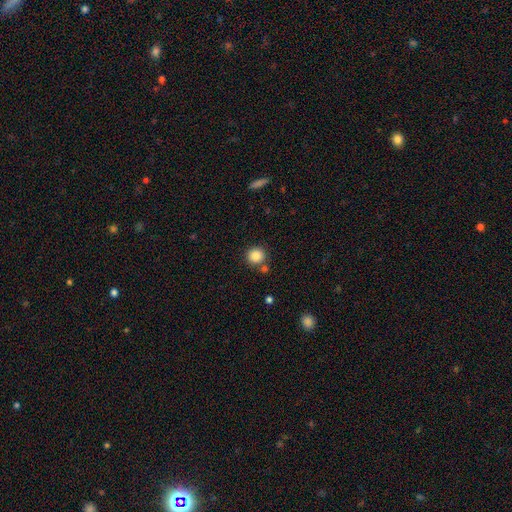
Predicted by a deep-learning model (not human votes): smooth_or_featured: smooth (p=0.85) [alt: star or artifact p=0.10]
how_rounded: round (p=0.91) [alt: in between p=0.08]
merging: none (p=0.78) [alt: merger p=0.11]